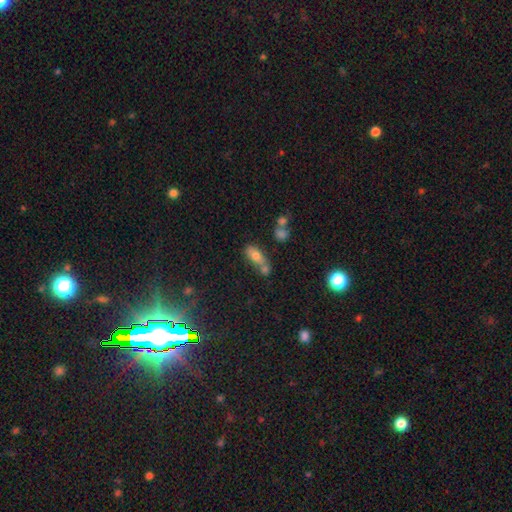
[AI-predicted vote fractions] smooth 70%, featured or disk 18%, star or artifact 11%. Down the decision tree: how rounded — in between (76%); merging — merger (45%).